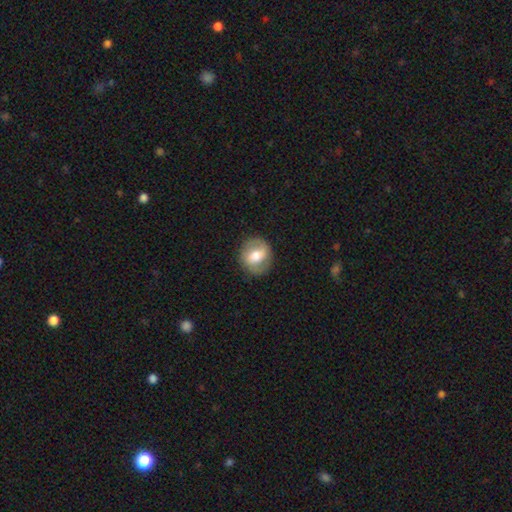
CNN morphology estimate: smooth_or_featured: featured or disk (p=0.49) [alt: smooth p=0.44]
merging: none (p=0.83) [alt: minor disturbance p=0.12]